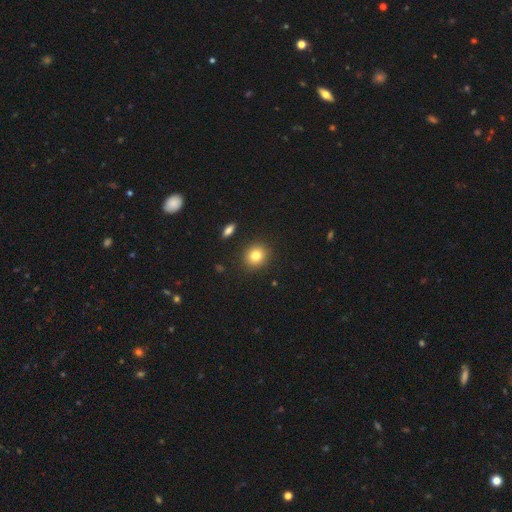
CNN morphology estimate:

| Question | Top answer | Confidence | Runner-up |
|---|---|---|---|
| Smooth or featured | smooth | 81% | star or artifact (11%) |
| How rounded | round | 79% | in between (20%) |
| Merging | none | 90% | minor disturbance (7%) |